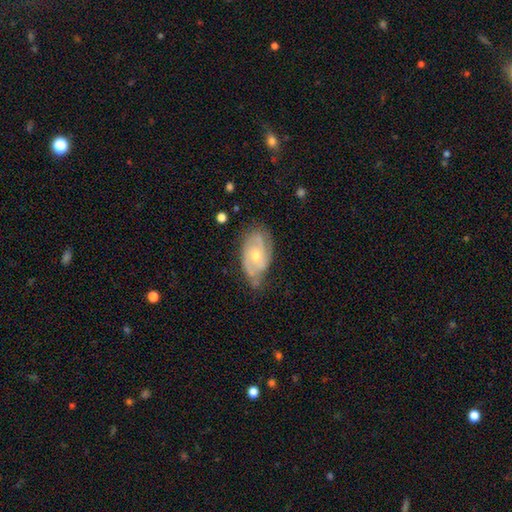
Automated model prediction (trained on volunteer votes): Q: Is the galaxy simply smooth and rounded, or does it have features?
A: featured or disk — 75%.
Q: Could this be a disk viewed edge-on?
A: no — 95%.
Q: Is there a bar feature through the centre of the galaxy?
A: no — 69%.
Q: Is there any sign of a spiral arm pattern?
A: yes — 89%.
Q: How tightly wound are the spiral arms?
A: tight — 46%.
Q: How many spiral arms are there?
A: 2 — 55%.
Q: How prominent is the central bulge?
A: moderate — 55%.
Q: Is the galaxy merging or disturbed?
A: none — 60%.